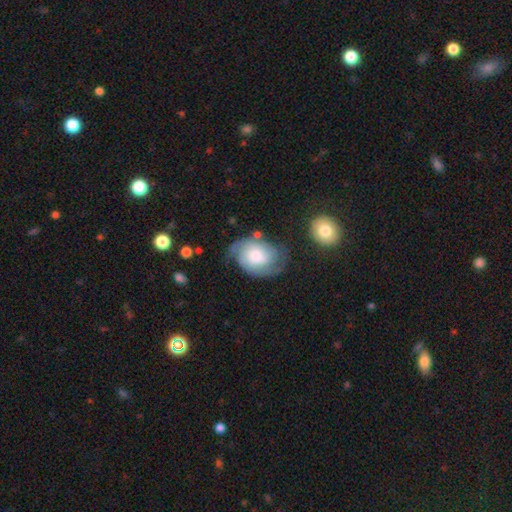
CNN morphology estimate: Smooth or featured?
  - featured or disk: 68% *
  - smooth: 26%
  - star or artifact: 7%
Edge-on disk?
  - no: 97% *
  - yes: 3%
Bar?
  - no: 70% *
  - weak: 26%
  - strong: 4%
Spiral arms?
  - yes: 90% *
  - no: 10%
Spiral winding?
  - tight: 46% *
  - medium: 38%
  - loose: 15%
Spiral arm count?
  - 2: 56% *
  - can't tell: 22%
  - 3: 10%
  - 1: 5%
  - 4: 3%
  - more than 4: 3%
Bulge size?
  - moderate: 46% *
  - small: 24%
  - large: 23%
  - none: 4%
  - dominant: 4%
Merging?
  - none: 55% *
  - minor disturbance: 26%
  - major disturbance: 15%
  - merger: 5%